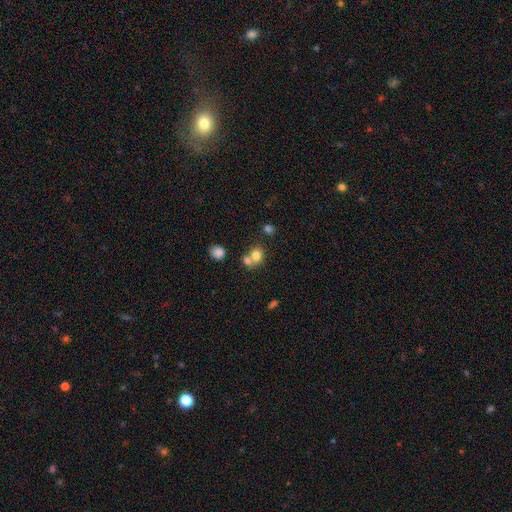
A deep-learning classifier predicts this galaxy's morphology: smooth 77%, star or artifact 12%, featured or disk 11%. Down the decision tree: how rounded — round (67%); merging — merger (47%).